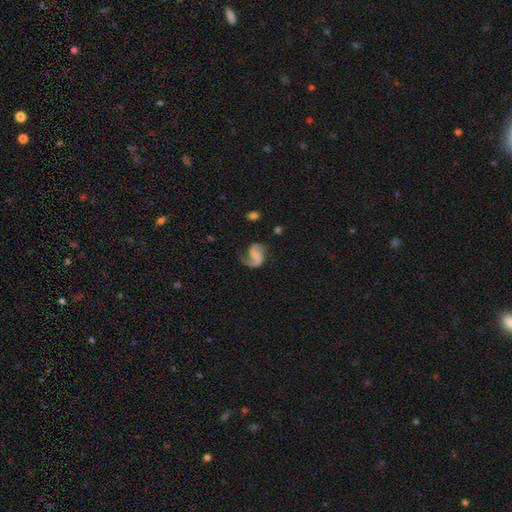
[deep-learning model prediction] Smooth or featured? Predicted: featured or disk (p=0.77). Edge-on disk? Predicted: no (p=0.98). Bar? Predicted: no (p=0.49). Spiral arms? Predicted: yes (p=0.94). Spiral winding? Predicted: loose (p=0.49). Spiral arm count? Predicted: 2 (p=0.59). Bulge size? Predicted: none (p=0.54). Merging? Predicted: none (p=0.53).